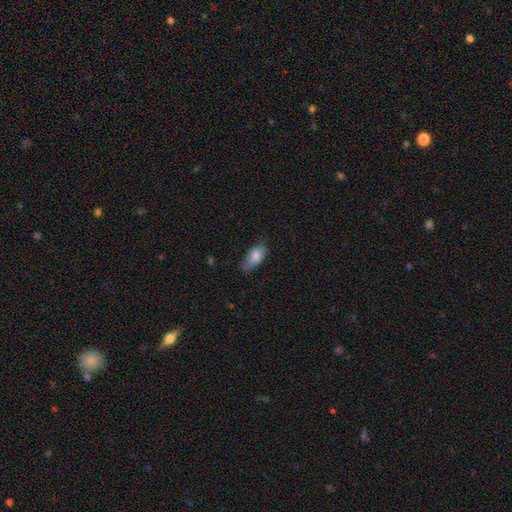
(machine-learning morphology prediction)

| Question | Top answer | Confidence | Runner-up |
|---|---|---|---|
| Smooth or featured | smooth | 80% | featured or disk (12%) |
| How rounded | in between | 84% | cigar-shaped (13%) |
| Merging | none | 66% | minor disturbance (27%) |